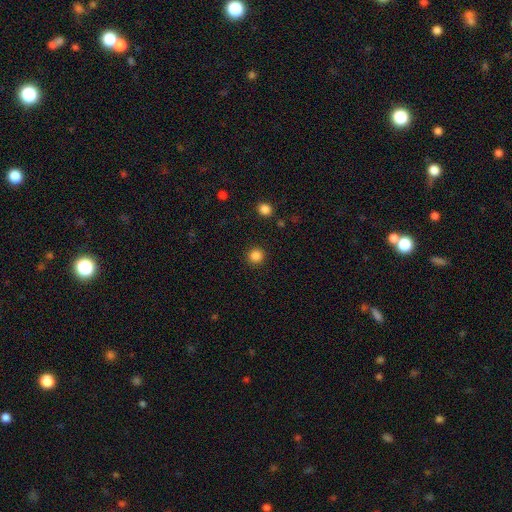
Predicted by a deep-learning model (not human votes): Overall: smooth (85%). How rounded: round (94%). Merging: none (92%).